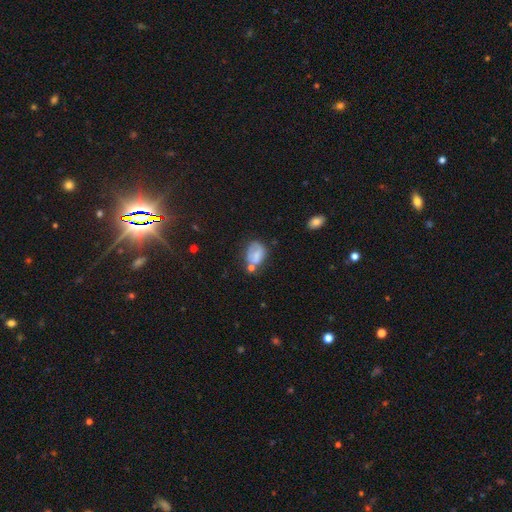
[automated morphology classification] Q: Smooth or featured?
A: smooth (64%); runner-up: featured or disk (25%)
Q: How rounded?
A: in between (77%); runner-up: round (21%)
Q: Merging?
A: none (41%); runner-up: minor disturbance (28%)